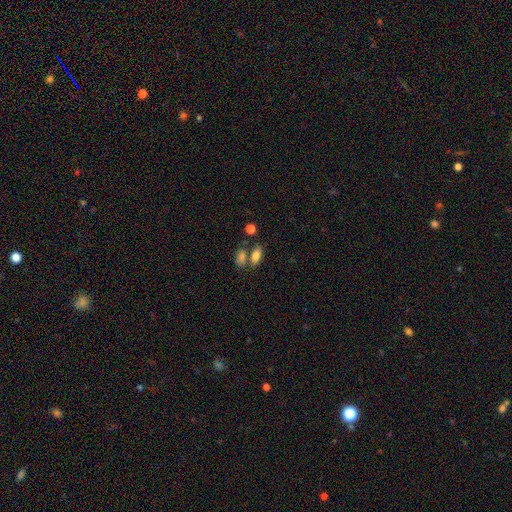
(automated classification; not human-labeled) A smooth galaxy with no disk features (82%) that is in between round and cigar-shaped (87%). Merging: none (55%).